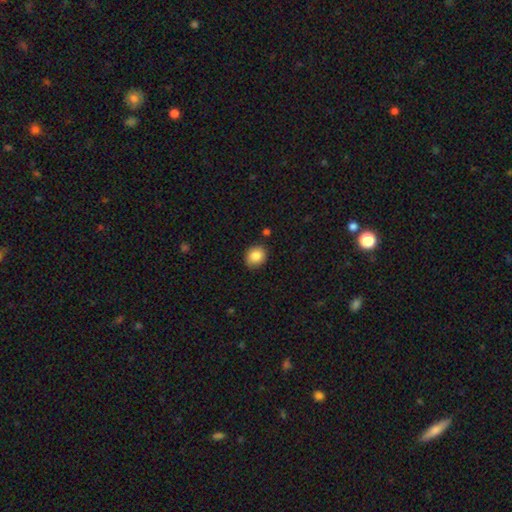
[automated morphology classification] This is clearly a smooth galaxy (86%). How rounded: likely round (70%). Merging: clearly none (86%).